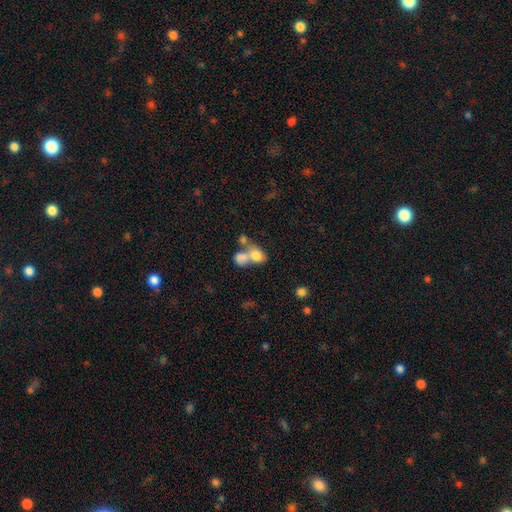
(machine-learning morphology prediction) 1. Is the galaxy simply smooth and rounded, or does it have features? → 75% smooth, 15% featured or disk, 10% star or artifact.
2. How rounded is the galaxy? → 64% in between, 34% round, 2% cigar-shaped.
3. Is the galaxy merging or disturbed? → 63% merger, 23% none, 8% minor disturbance, 6% major disturbance.